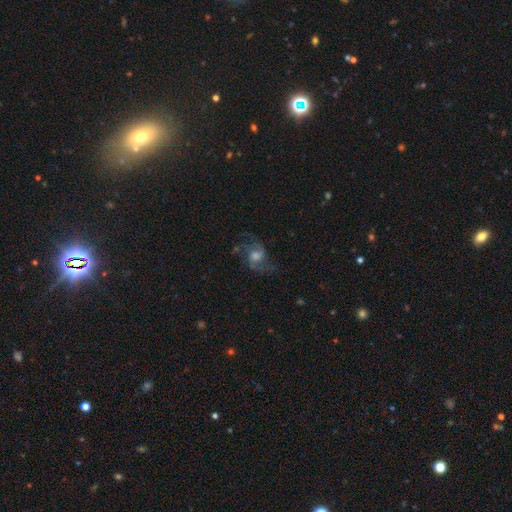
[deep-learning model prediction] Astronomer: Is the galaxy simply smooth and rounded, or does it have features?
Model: featured or disk — 76%.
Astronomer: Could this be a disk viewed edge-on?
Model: no — 97%.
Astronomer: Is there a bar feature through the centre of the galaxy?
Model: no — 57% (runner-up: weak, 36%).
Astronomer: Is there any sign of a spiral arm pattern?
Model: yes — 94%.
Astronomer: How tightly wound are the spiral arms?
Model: medium — 45% (runner-up: loose, 44%).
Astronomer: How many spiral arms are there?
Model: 2 — 68%.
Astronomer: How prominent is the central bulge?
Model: moderate — 49%.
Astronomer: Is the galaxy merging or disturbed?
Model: none — 66%.